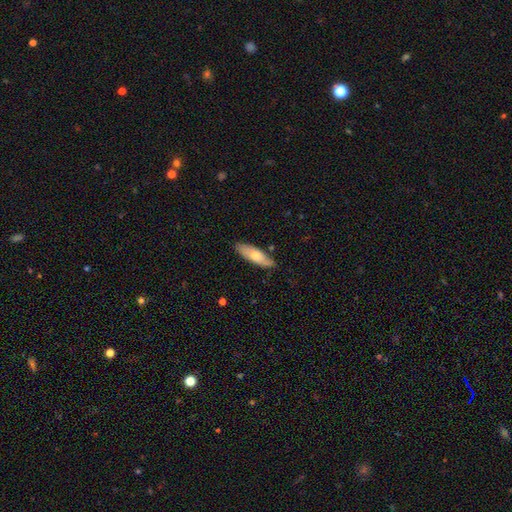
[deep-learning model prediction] Morphology: type=smooth (68%); roundness=in between (55%); merging=none (79%).